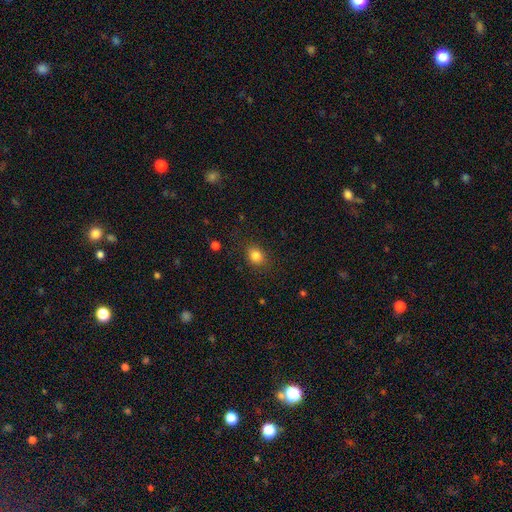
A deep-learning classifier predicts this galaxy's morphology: A smooth galaxy with no disk features (83%) that is round (57%).

Vote fractions:
- Smooth or featured? smooth: 83% / star or artifact: 11% / featured or disk: 6%
- How rounded? round: 57% / in between: 42% / cigar-shaped: 1%
- Merging? none: 84% / minor disturbance: 11% / major disturbance: 4% / merger: 1%